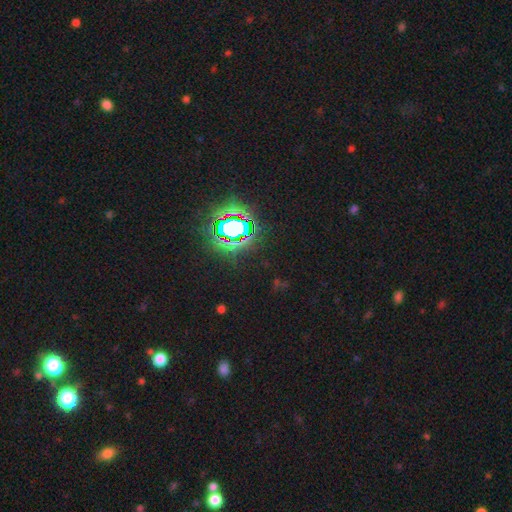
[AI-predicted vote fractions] smooth_or_featured: star or artifact (p=0.82) [alt: smooth p=0.12]